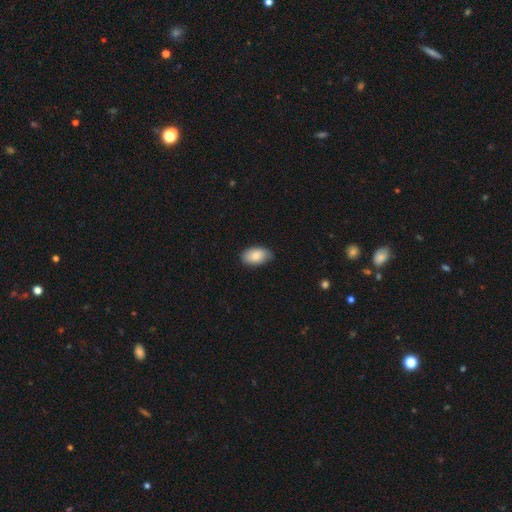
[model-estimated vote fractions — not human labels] smooth_or_featured: smooth (p=0.86) [alt: featured or disk p=0.08]
how_rounded: in between (p=0.93) [alt: round p=0.05]
merging: none (p=0.80) [alt: minor disturbance p=0.17]